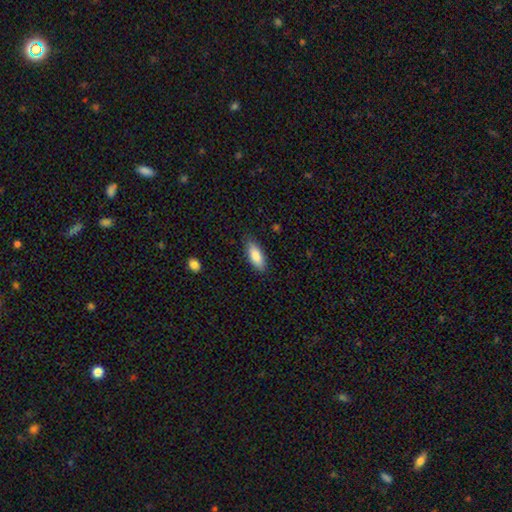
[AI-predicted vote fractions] Smooth or featured?
  - smooth: 85% *
  - featured or disk: 9%
  - star or artifact: 6%
How rounded?
  - in between: 78% *
  - cigar-shaped: 21%
  - round: 2%
Merging?
  - none: 85% *
  - minor disturbance: 12%
  - major disturbance: 2%
  - merger: 1%